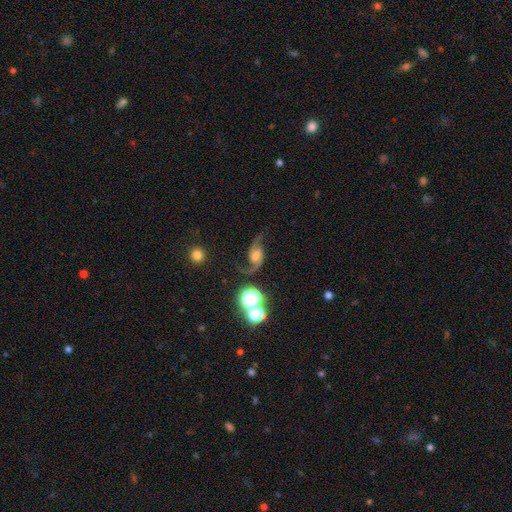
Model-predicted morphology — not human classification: type=featured or disk (81%); edge-on=no (96%); bar=no (58%); spiral arms=yes (96%); winding=loose (81%); arm count=2 (90%); bulge=moderate (39%); merging=none (64%).